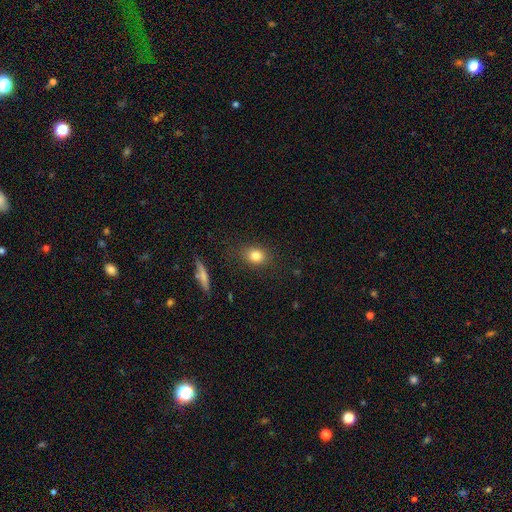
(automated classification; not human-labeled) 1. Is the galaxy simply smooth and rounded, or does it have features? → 82% smooth, 11% star or artifact, 8% featured or disk.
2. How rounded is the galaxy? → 55% round, 43% in between, 2% cigar-shaped.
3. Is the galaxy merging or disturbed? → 84% none, 11% minor disturbance, 3% major disturbance, 2% merger.